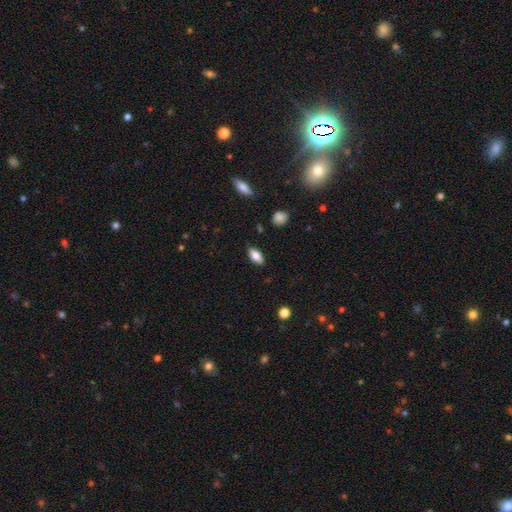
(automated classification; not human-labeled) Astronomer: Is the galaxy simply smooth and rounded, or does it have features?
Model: smooth — 78%.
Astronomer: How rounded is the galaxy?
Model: in between — 87%.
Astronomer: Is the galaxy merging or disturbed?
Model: none — 84%.